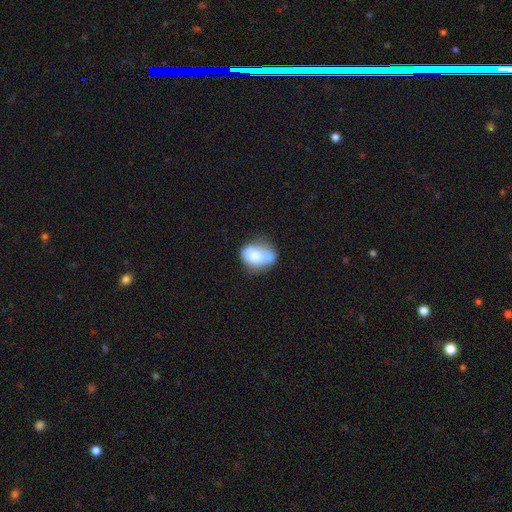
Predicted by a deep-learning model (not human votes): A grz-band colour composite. It shows a smooth galaxy with no disk features (66%) that is in between round and cigar-shaped (69%). Merging: none (38%).